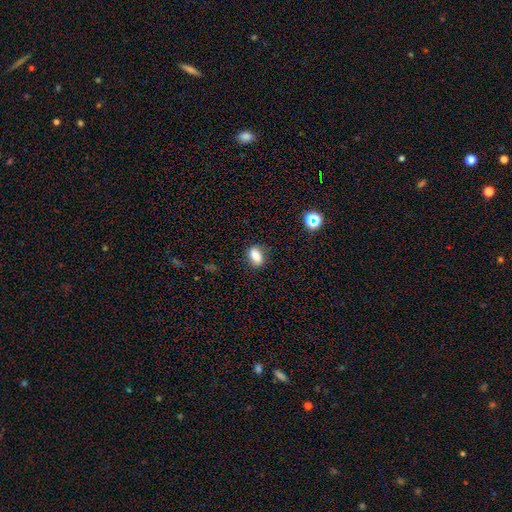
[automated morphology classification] smooth_or_featured: smooth (p=0.78) [alt: featured or disk p=0.11]
how_rounded: in between (p=0.80) [alt: round p=0.14]
merging: none (p=0.82) [alt: minor disturbance p=0.13]